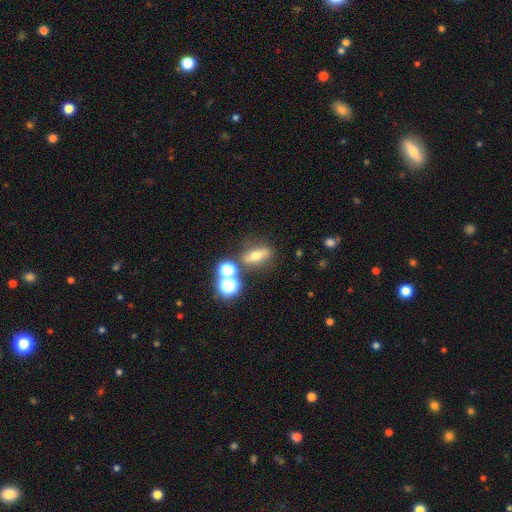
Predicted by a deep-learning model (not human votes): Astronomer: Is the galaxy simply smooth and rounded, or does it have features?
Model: smooth — 50% (runner-up: featured or disk, 29%).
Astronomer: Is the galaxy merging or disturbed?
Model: none — 70%.